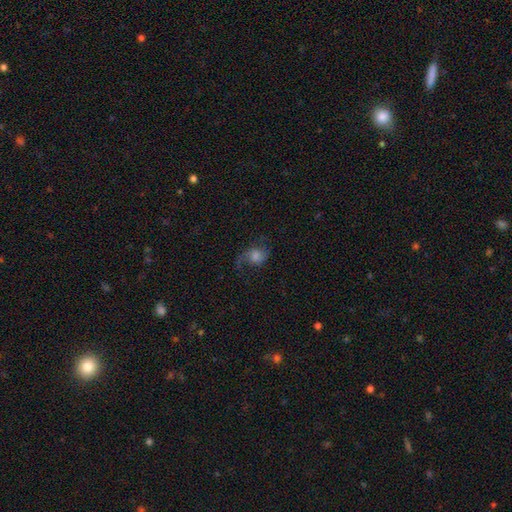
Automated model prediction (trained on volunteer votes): A featured or disk galaxy (58%) with no bar (69%), 2 (71%) loose (65%) spiral arms (92%) and a moderate central bulge (40%). Merging: none (58%).